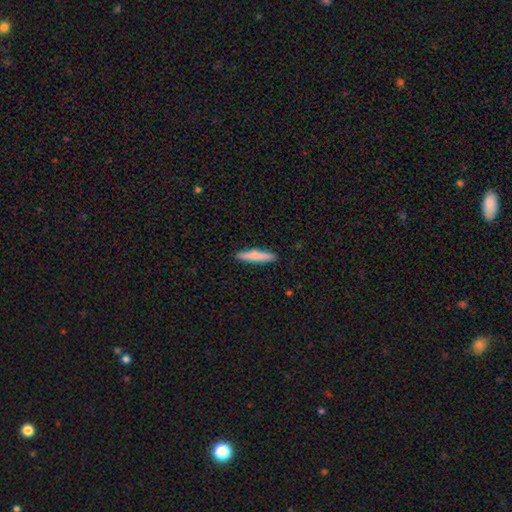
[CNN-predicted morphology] Smooth or featured?
  - smooth: 77% *
  - featured or disk: 18%
  - star or artifact: 5%
How rounded?
  - cigar-shaped: 89% *
  - in between: 9%
  - round: 1%
Merging?
  - none: 90% *
  - minor disturbance: 8%
  - major disturbance: 2%
  - merger: 1%